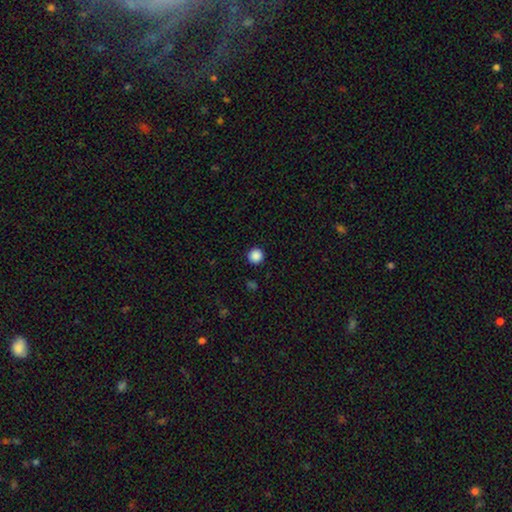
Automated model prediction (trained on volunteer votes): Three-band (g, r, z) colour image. It shows a smooth galaxy with no disk features (87%) that is round (96%). Merging: none (93%).